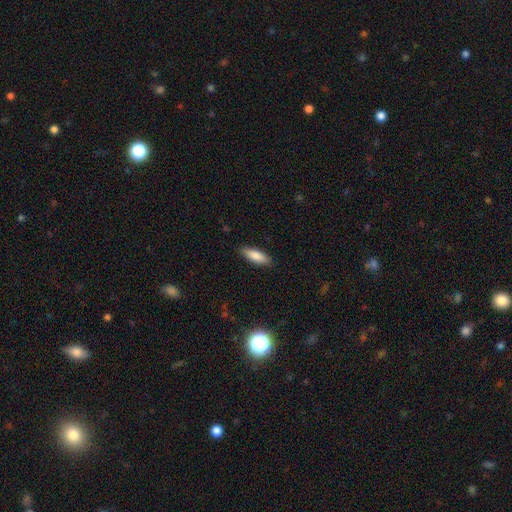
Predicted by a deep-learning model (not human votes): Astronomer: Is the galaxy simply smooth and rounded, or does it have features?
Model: smooth — 84%.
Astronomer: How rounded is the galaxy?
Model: in between — 55% (runner-up: cigar-shaped, 43%).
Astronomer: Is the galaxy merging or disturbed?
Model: none — 88%.